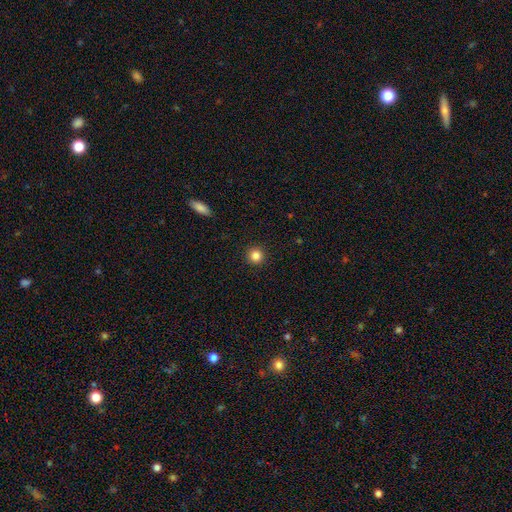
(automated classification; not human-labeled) smooth-or-featured: smooth: 85% | star or artifact: 11% | featured or disk: 5%
  how-rounded: round: 95% | in between: 4% | cigar-shaped: 1%
  merging: none: 93% | minor disturbance: 4% | major disturbance: 2% | merger: 1%